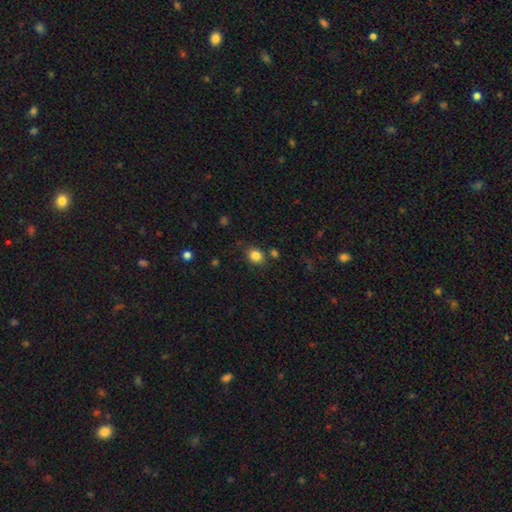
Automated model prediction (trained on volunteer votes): Smooth or featured: smooth — 84% (star or artifact — 11%)
How rounded: round — 62% (in between — 37%)
Merging: none — 79% (minor disturbance — 12%)